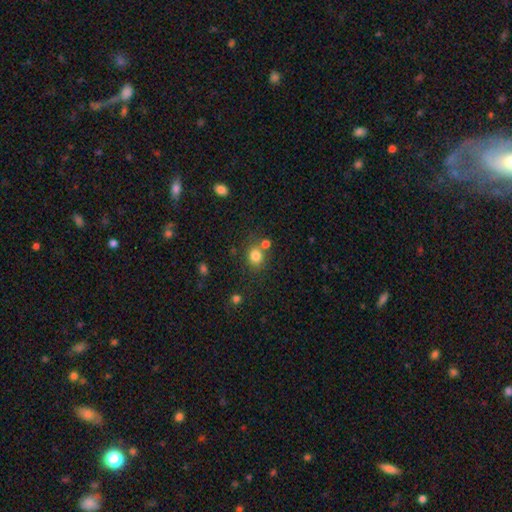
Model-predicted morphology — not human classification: smooth_or_featured: smooth (p=0.80) [alt: star or artifact p=0.13]
how_rounded: round (p=0.75) [alt: in between p=0.24]
merging: none (p=0.65) [alt: merger p=0.19]